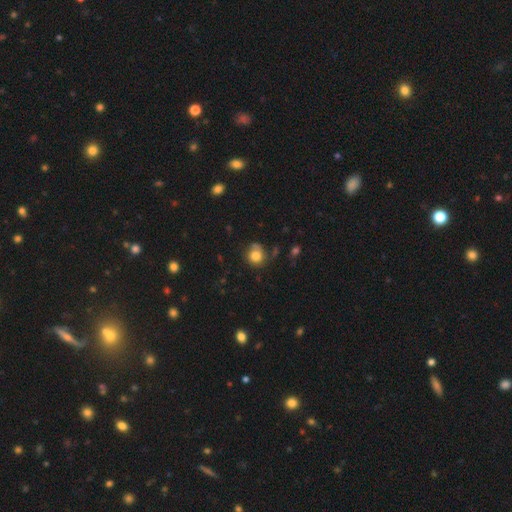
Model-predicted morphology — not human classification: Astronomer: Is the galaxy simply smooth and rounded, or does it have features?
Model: smooth — 77%.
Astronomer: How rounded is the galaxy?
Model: round — 81%.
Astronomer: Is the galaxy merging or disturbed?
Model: none — 58%.